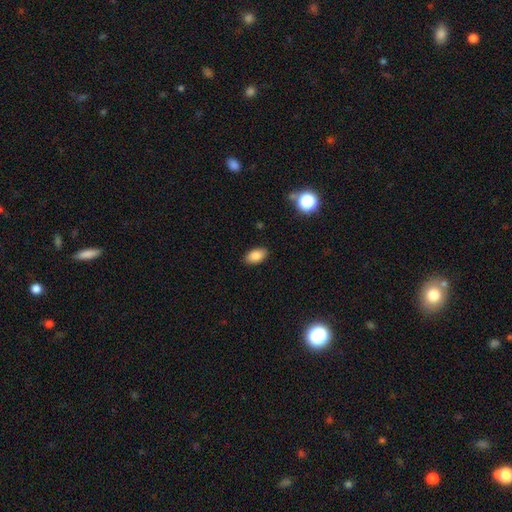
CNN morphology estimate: This is clearly a smooth galaxy (85%). How rounded: clearly in between (93%). Merging: clearly none (88%).